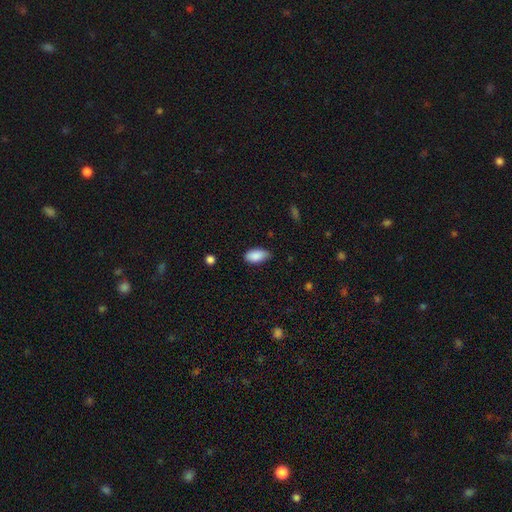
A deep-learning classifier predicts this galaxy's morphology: The model was most divided on "merging": none: 74%, minor disturbance: 22%, major disturbance: 3%, merger: 1%. More confident: how rounded — in between (93%); smooth or featured — smooth (88%).